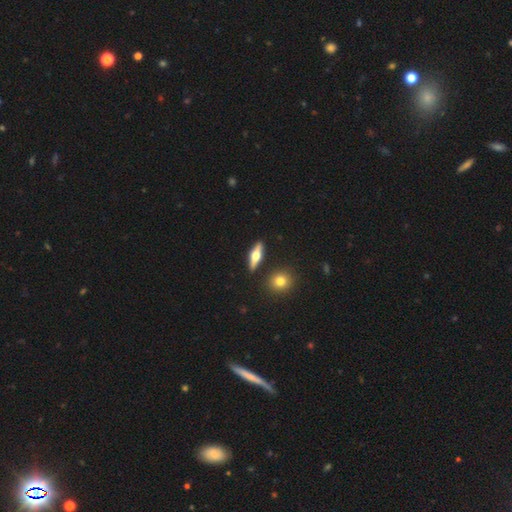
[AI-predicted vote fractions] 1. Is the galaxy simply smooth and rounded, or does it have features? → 59% featured or disk, 35% smooth, 6% star or artifact.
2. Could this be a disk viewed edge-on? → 93% yes, 7% no.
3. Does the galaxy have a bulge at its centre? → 95% rounded, 3% boxy, 2% none.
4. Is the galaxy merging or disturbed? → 88% none, 7% minor disturbance, 3% merger, 2% major disturbance.